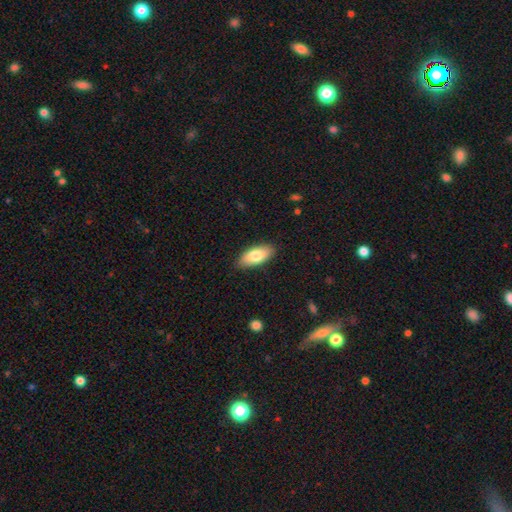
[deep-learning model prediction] Morphology: type=smooth (79%); roundness=in between (87%); merging=none (87%).